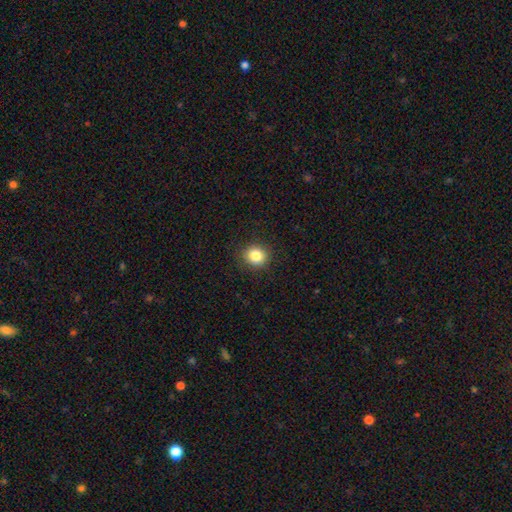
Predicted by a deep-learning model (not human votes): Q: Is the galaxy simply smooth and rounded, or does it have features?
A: smooth — 84%.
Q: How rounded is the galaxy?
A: round — 84%.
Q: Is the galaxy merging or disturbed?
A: none — 90%.